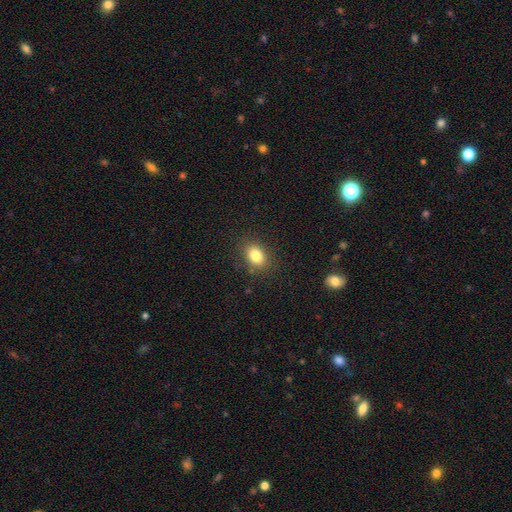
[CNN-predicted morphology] smooth 83%, star or artifact 10%, featured or disk 7%. Down the decision tree: how rounded — in between (67%); merging — none (85%).